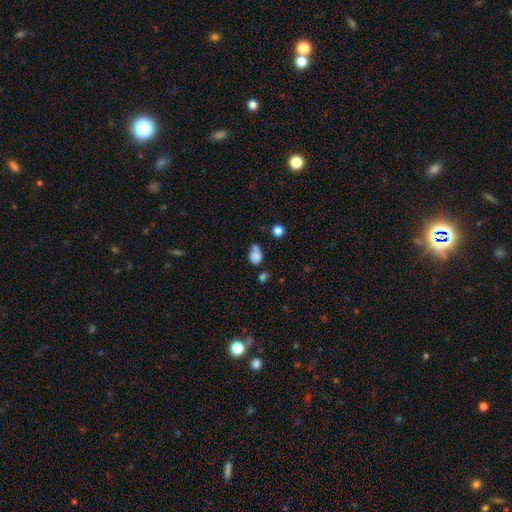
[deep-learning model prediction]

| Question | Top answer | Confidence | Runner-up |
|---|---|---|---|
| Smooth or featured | smooth | 76% | featured or disk (12%) |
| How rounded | in between | 63% | round (36%) |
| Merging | none | 33% | minor disturbance (28%) |